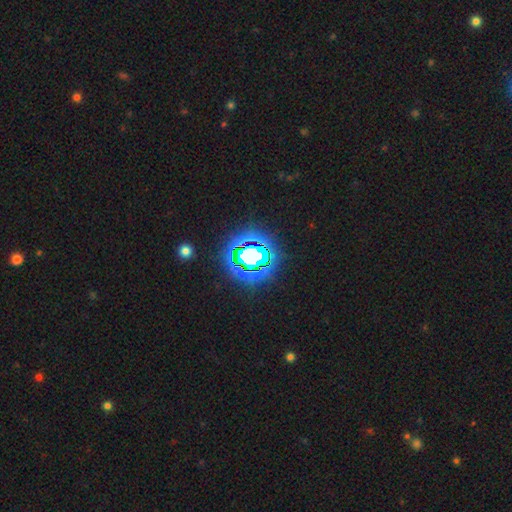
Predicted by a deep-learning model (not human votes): Smooth or featured? Predicted: star or artifact (p=0.71).